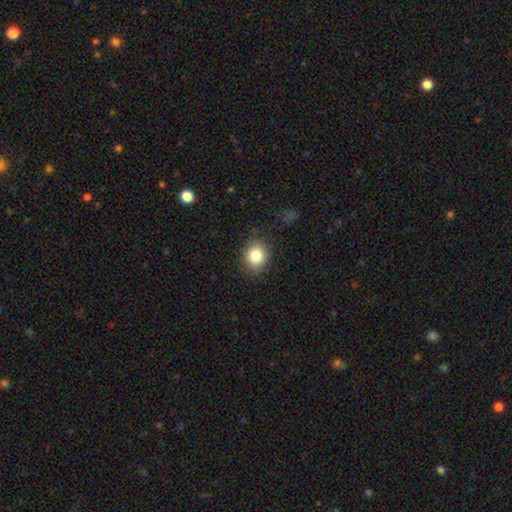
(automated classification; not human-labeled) A smooth galaxy with no disk features (84%) that is round (74%).

Vote fractions:
- Smooth or featured? smooth: 84% / star or artifact: 10% / featured or disk: 7%
- How rounded? round: 74% / in between: 25% / cigar-shaped: 1%
- Merging? none: 85% / minor disturbance: 11% / major disturbance: 3% / merger: 1%